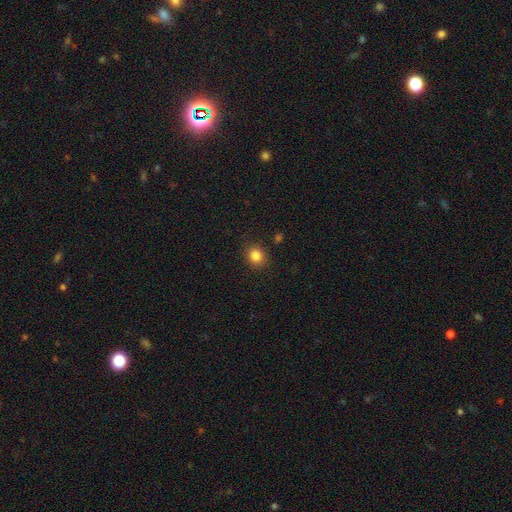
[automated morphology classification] The model was most divided on "how rounded": round: 76%, in between: 23%, cigar-shaped: 1%. More confident: merging — none (88%); smooth or featured — smooth (84%).